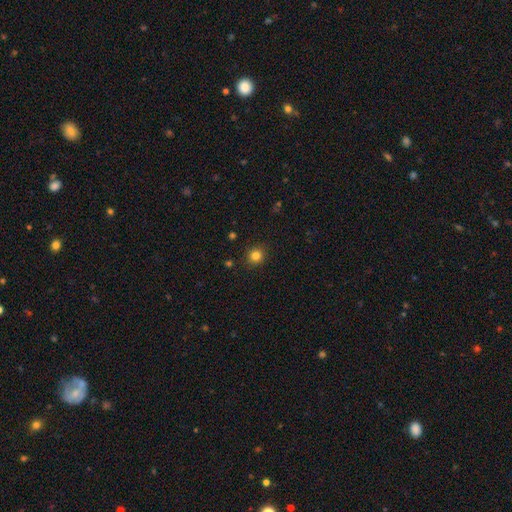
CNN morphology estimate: Q: Smooth or featured?
A: smooth (82%); runner-up: star or artifact (13%)
Q: How rounded?
A: round (89%); runner-up: in between (10%)
Q: Merging?
A: none (90%); runner-up: minor disturbance (7%)